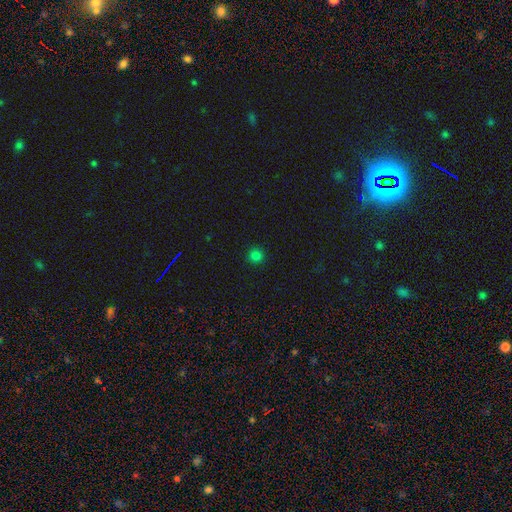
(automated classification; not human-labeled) The model was most divided on "smooth or featured": smooth: 81%, star or artifact: 16%, featured or disk: 3%. More confident: how rounded — round (94%); merging — none (92%).